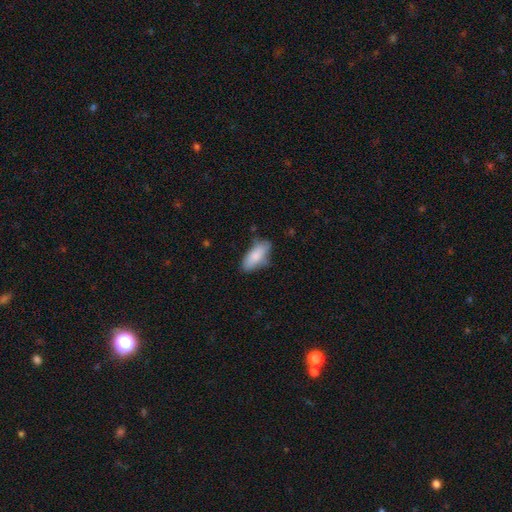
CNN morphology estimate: A smooth galaxy with no disk features (83%) that is in between round and cigar-shaped (85%).

Vote fractions:
- Smooth or featured? smooth: 83% / featured or disk: 11% / star or artifact: 6%
- How rounded? in between: 85% / cigar-shaped: 13% / round: 2%
- Merging? none: 63% / minor disturbance: 27% / major disturbance: 6% / merger: 3%